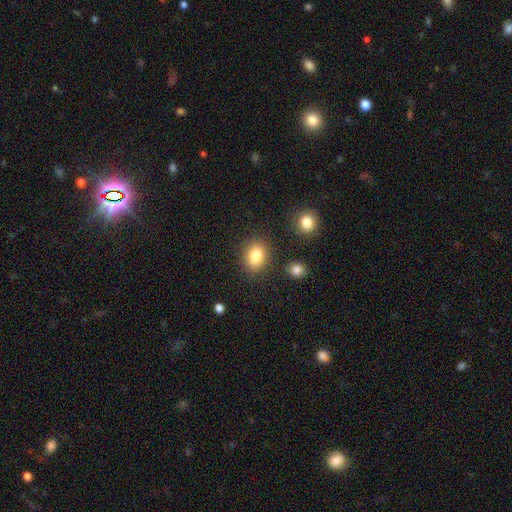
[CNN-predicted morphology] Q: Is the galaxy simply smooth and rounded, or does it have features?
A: smooth — 83%.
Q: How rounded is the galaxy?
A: in between — 57%.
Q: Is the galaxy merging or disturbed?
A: none — 84%.